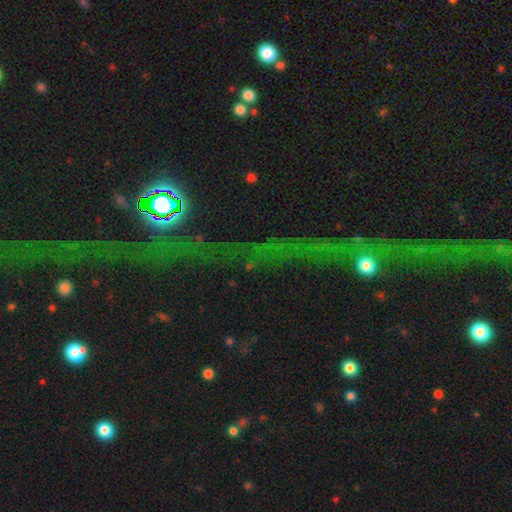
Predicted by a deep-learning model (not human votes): Morphology: type=star or artifact (69%).